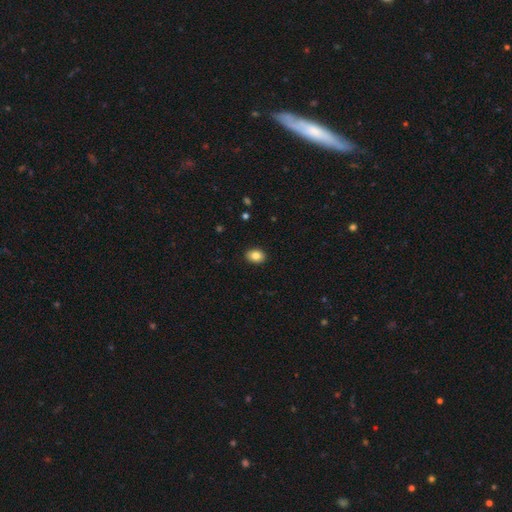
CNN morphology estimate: Smooth or featured? Predicted: smooth (p=0.85). How rounded? Predicted: in between (p=0.72). Merging? Predicted: none (p=0.90).